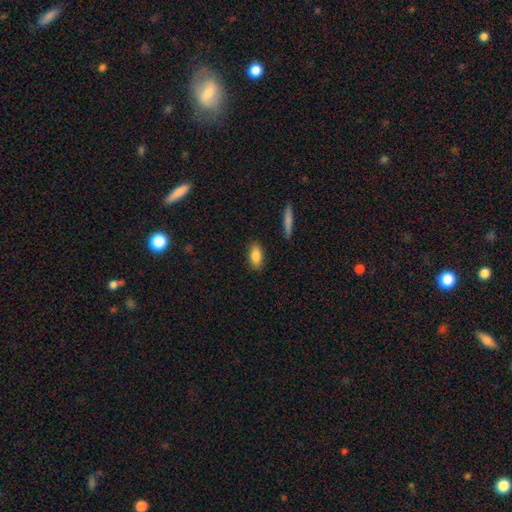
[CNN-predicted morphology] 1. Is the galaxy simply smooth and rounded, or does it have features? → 84% smooth, 9% featured or disk, 7% star or artifact.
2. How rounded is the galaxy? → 85% in between, 11% cigar-shaped, 4% round.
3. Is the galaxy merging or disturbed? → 86% none, 10% minor disturbance, 2% major disturbance, 2% merger.